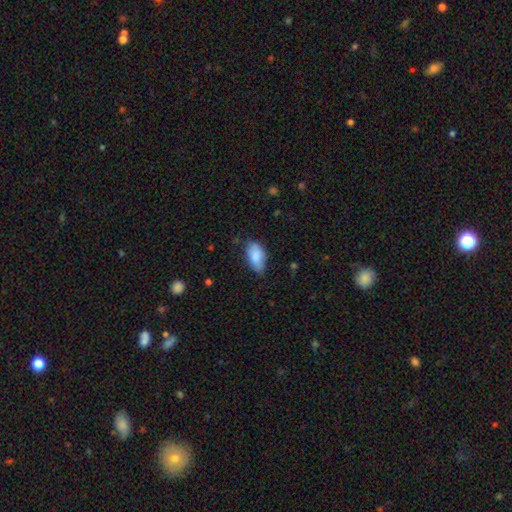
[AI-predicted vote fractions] This appears to be a smooth galaxy with no disk features (86%) that is in between round and cigar-shaped (93%). Merging: none (64%).